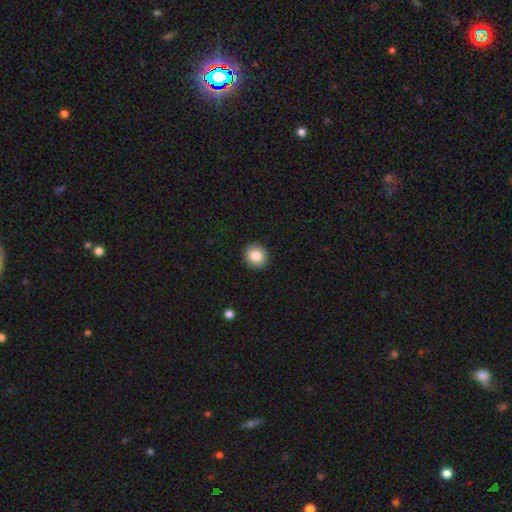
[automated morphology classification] Smooth or featured? Predicted: smooth (p=0.84). How rounded? Predicted: round (p=0.77). Merging? Predicted: none (p=0.91).